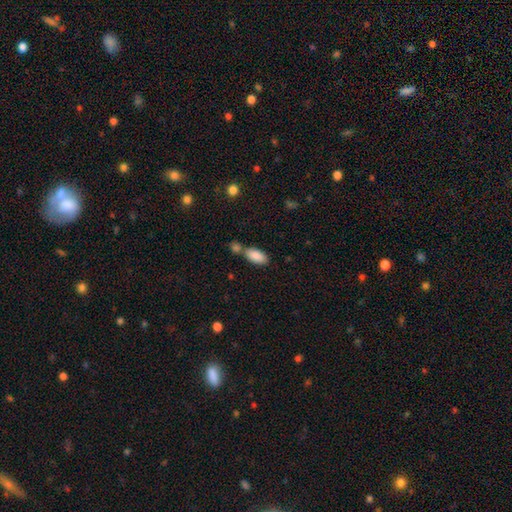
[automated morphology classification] smooth-or-featured: smooth: 87% | star or artifact: 7% | featured or disk: 6%
  how-rounded: in between: 91% | cigar-shaped: 6% | round: 2%
  merging: none: 54% | merger: 29% | minor disturbance: 13% | major disturbance: 4%